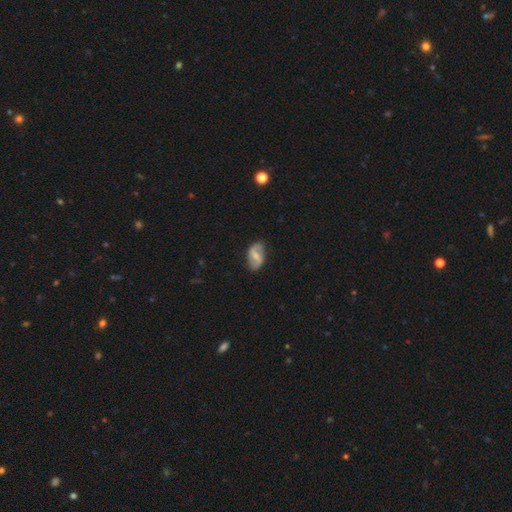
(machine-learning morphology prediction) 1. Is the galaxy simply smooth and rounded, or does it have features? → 65% featured or disk, 29% smooth, 6% star or artifact.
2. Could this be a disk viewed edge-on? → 95% no, 5% yes.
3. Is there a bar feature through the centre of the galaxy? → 44% weak, 39% strong, 17% no.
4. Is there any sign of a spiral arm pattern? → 77% yes, 23% no.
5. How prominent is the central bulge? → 48% small, 41% moderate, 7% none, 2% large, 1% dominant.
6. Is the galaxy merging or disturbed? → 77% none, 17% minor disturbance, 4% major disturbance, 2% merger.